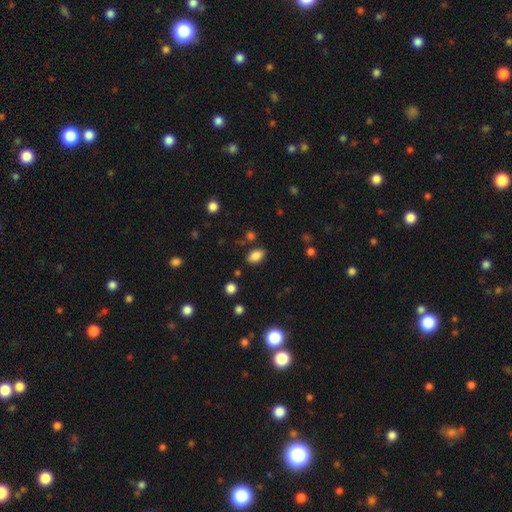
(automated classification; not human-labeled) Smooth or featured? Predicted: smooth (p=0.85). How rounded? Predicted: in between (p=0.90). Merging? Predicted: none (p=0.82).